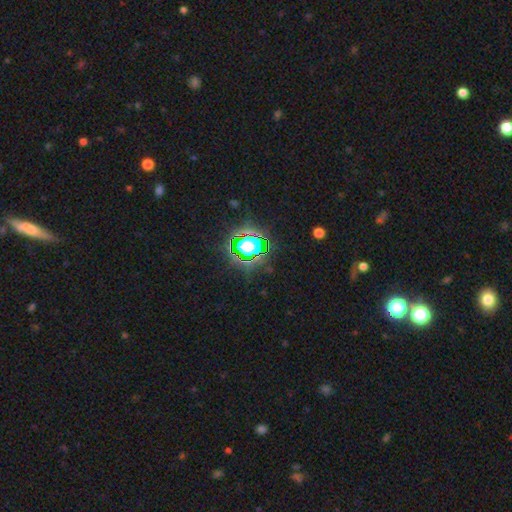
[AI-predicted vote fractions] Smooth or featured?
  - star or artifact: 68% *
  - smooth: 20%
  - featured or disk: 12%